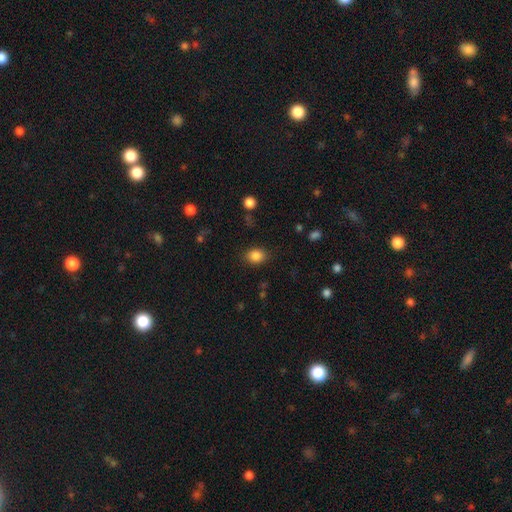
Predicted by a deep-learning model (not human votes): Smooth or featured?
  - smooth: 85% *
  - star or artifact: 10%
  - featured or disk: 5%
How rounded?
  - in between: 55% *
  - round: 44%
  - cigar-shaped: 1%
Merging?
  - none: 85% *
  - minor disturbance: 10%
  - major disturbance: 3%
  - merger: 1%